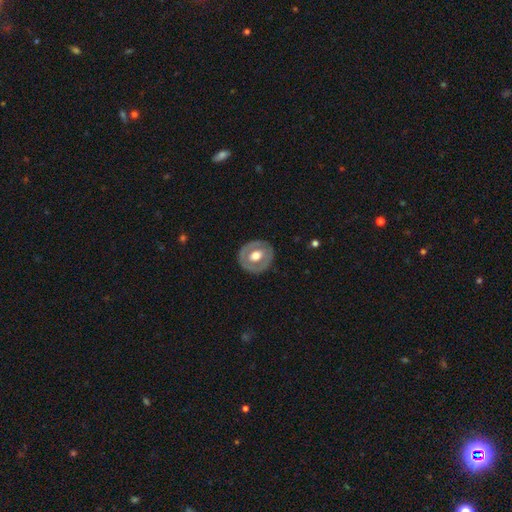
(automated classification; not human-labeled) Smooth or featured? Predicted: featured or disk (p=0.54). Edge-on disk? Predicted: no (p=0.94). Bar? Predicted: no (p=0.69). Spiral arms? Predicted: no (p=0.86). Bulge size? Predicted: moderate (p=0.61). Merging? Predicted: none (p=0.84).